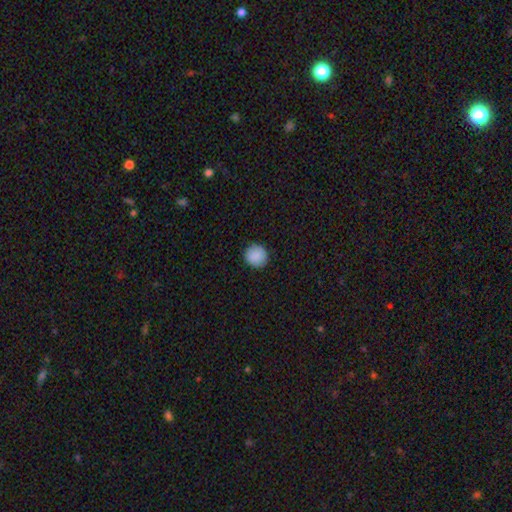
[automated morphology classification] Smooth or featured? Predicted: smooth (p=0.89). How rounded? Predicted: round (p=0.92). Merging? Predicted: none (p=0.91).